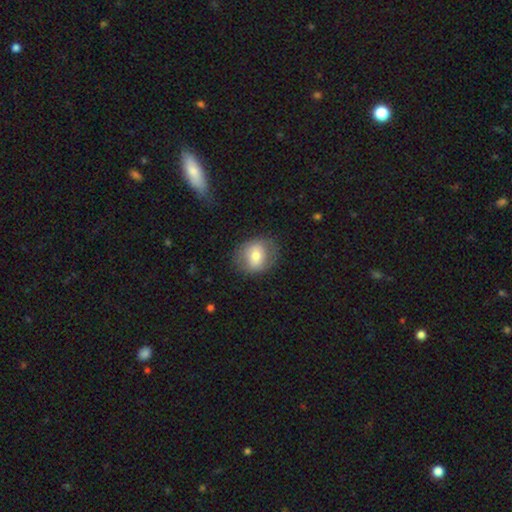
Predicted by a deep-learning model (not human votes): A smooth galaxy with no disk features (65%) that is round (59%). Merging: none (76%).